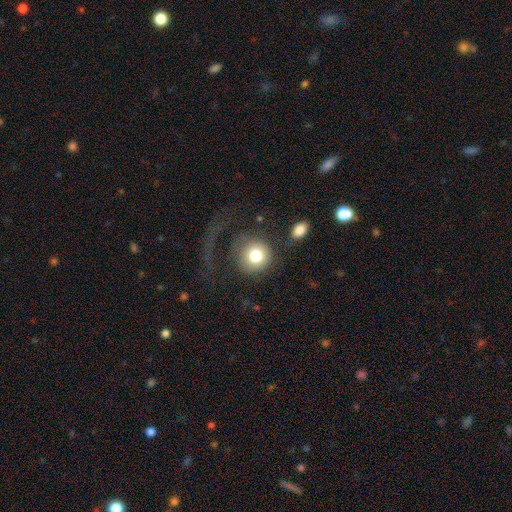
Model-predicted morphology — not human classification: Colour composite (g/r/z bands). It shows a smooth galaxy with no disk features (76%) that is round (91%). Merging: none (47%).